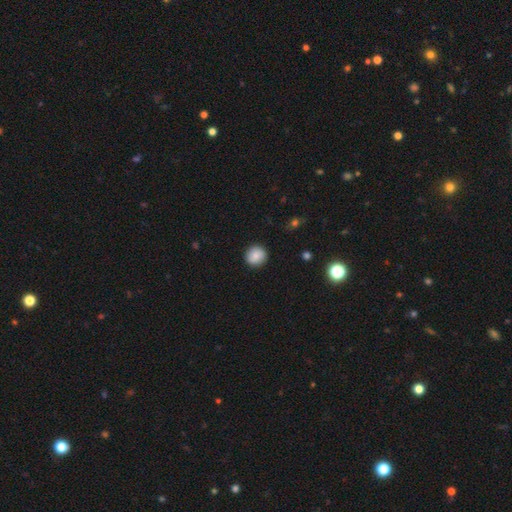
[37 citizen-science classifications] Q: Smooth or featured?
A: smooth (89%); runner-up: featured or disk (5%)
Q: How rounded?
A: round (91%); runner-up: in between (9%)
Q: Merging?
A: none (97%); runner-up: minor disturbance (3%)